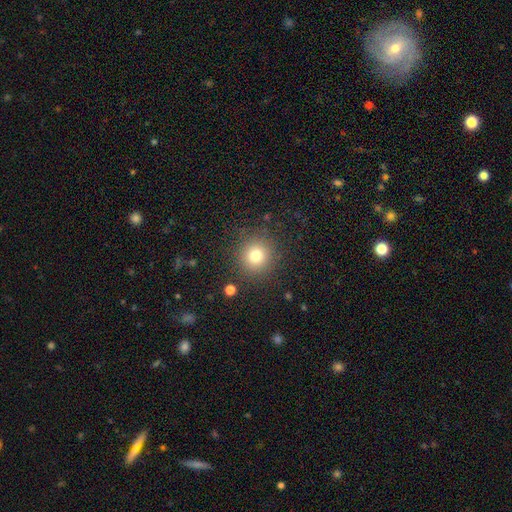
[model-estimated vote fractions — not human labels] smooth 77%, star or artifact 14%, featured or disk 9%. Down the decision tree: how rounded — round (92%); merging — none (87%).